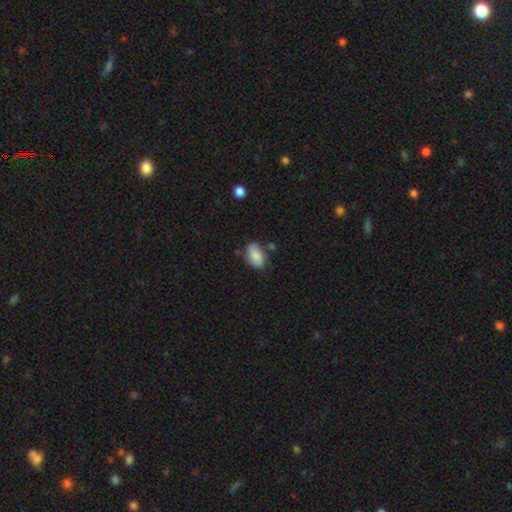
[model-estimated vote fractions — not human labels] The model was most divided on "merging": none: 68%, minor disturbance: 22%, major disturbance: 5%, merger: 5%. More confident: how rounded — in between (91%); smooth or featured — smooth (78%).